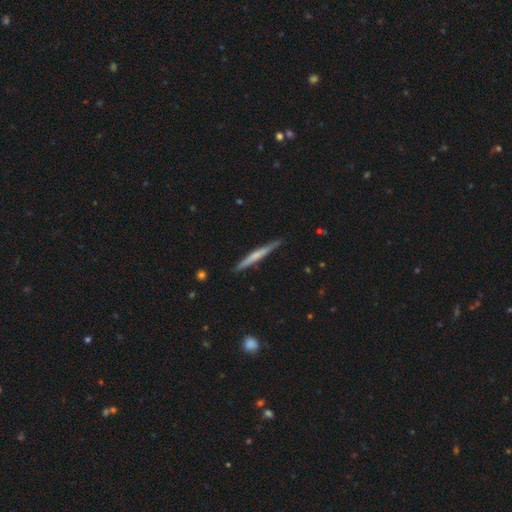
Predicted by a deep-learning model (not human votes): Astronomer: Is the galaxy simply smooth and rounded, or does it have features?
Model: featured or disk — 51% (runner-up: smooth, 44%).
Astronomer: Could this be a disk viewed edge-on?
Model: yes — 97%.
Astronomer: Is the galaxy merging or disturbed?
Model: none — 89%.